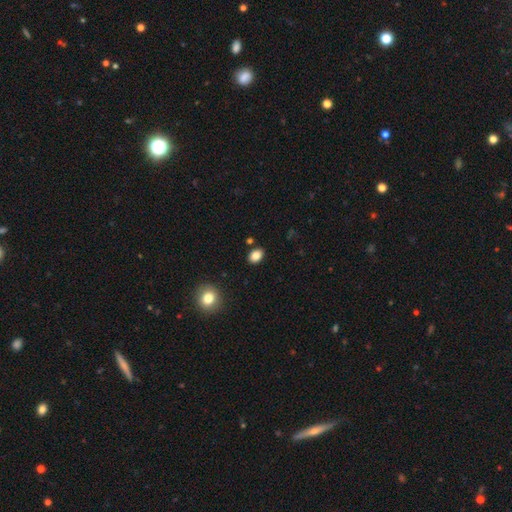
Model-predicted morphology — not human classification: type=smooth (85%); roundness=in between (73%); merging=none (86%).